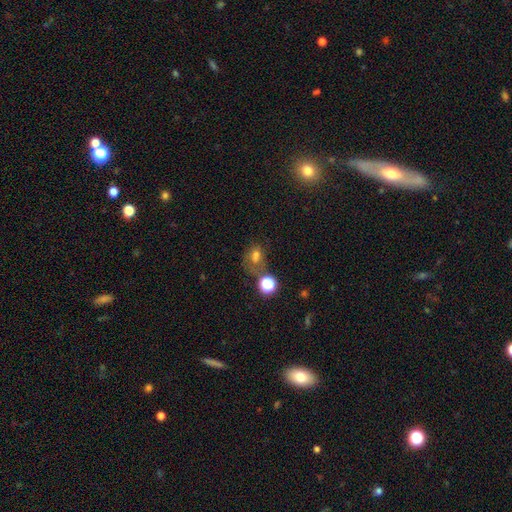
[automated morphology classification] smooth 51%, star or artifact 30%, featured or disk 19%. Down the decision tree: how rounded — round (50%); merging — none (42%).